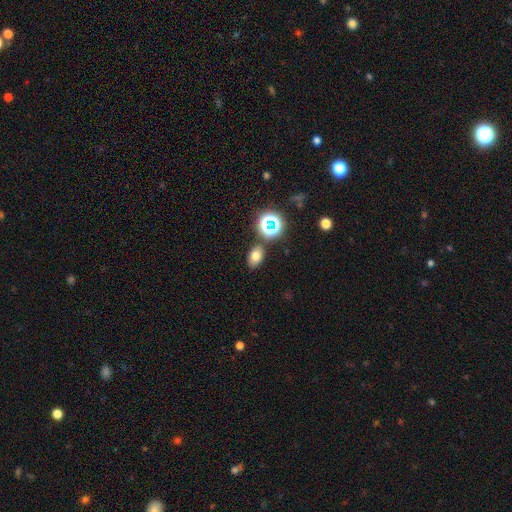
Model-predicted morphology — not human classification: This is likely a smooth galaxy (71%). How rounded: likely in between (79%). Merging: clearly none (80%).